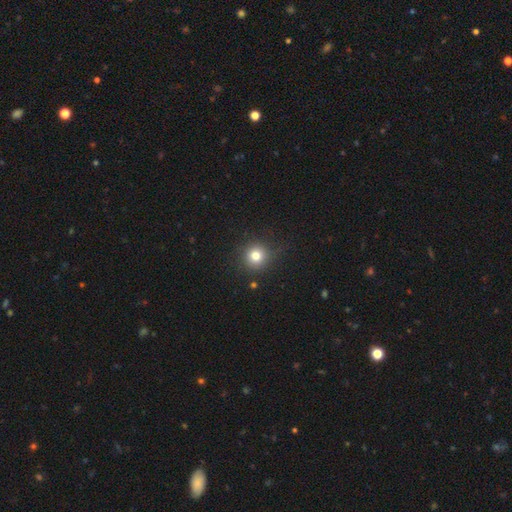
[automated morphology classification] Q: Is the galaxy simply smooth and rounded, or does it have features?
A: smooth — 78%.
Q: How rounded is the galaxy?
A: round — 93%.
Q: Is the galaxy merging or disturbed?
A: none — 85%.